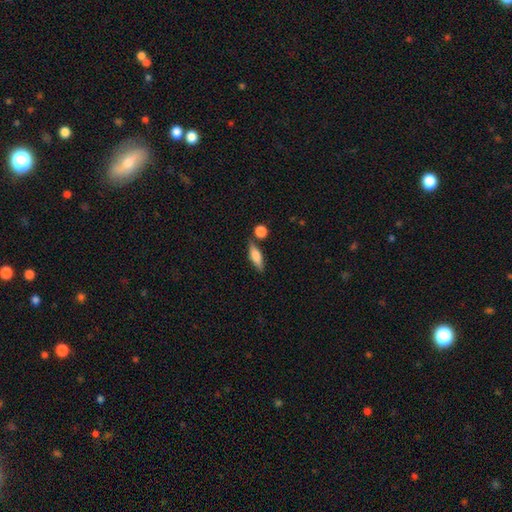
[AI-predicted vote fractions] Overall: smooth (71%). How rounded: in between (55%; cigar-shaped 41%). Merging: none (71%).